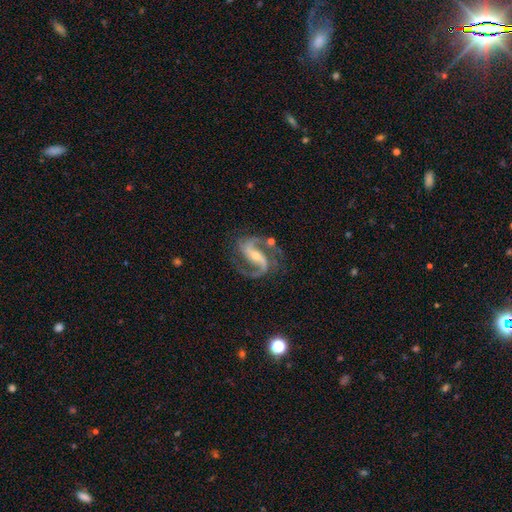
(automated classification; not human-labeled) Smooth or featured?
  - featured or disk: 92% *
  - star or artifact: 5%
  - smooth: 3%
Edge-on disk?
  - no: 97% *
  - yes: 3%
Bar?
  - strong: 48% *
  - weak: 31%
  - no: 20%
Spiral arms?
  - yes: 98% *
  - no: 2%
Spiral winding?
  - medium: 59% *
  - loose: 27%
  - tight: 14%
Spiral arm count?
  - 2: 92% *
  - 3: 2%
  - 1: 2%
  - can't tell: 2%
  - 4: 1%
  - more than 4: 1%
Bulge size?
  - small: 56% *
  - moderate: 40%
  - large: 2%
  - none: 2%
  - dominant: 1%
Merging?
  - none: 73% *
  - minor disturbance: 15%
  - major disturbance: 8%
  - merger: 3%